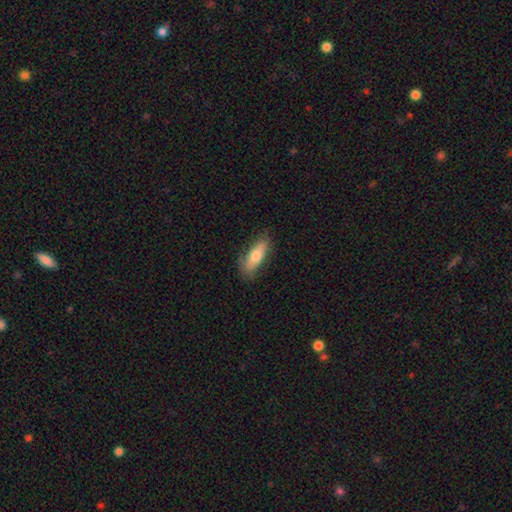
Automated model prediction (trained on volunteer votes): smooth_or_featured: smooth (p=0.72) [alt: featured or disk p=0.22]
how_rounded: in between (p=0.63) [alt: cigar-shaped p=0.35]
merging: none (p=0.79) [alt: minor disturbance p=0.16]